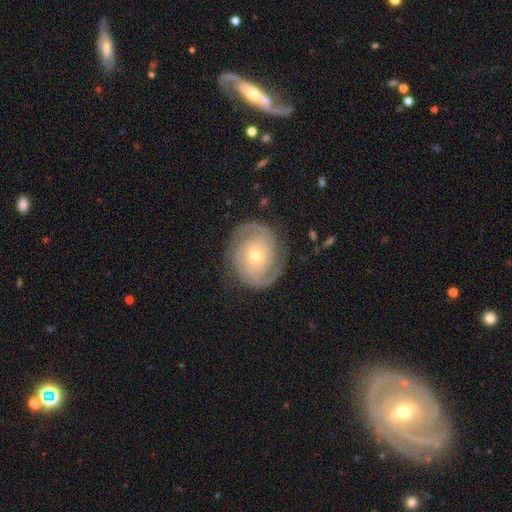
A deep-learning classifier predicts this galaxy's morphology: Overall: featured or disk (89%). Edge-on disk: no (98%). Bar: no (76%). Spiral arms: yes (97%). Spiral arm count: 2 (73%). Spiral winding: tight (72%). Bulge size: small (58%; moderate 39%). Merging: none (84%).